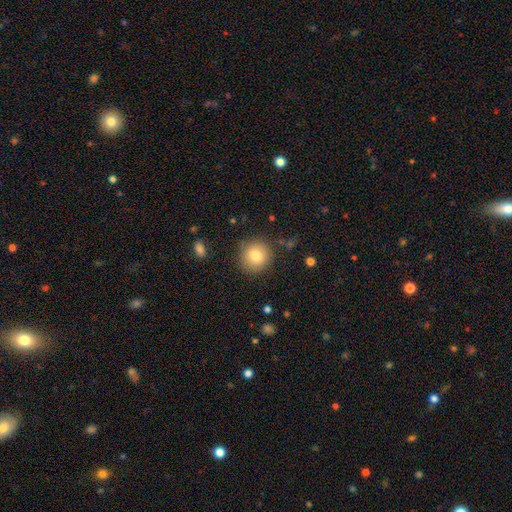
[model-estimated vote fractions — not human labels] smooth 80%, featured or disk 10%, star or artifact 9%. Down the decision tree: how rounded — round (92%); merging — none (85%).